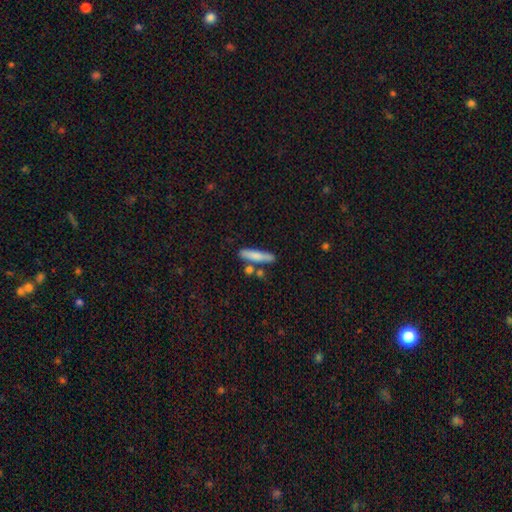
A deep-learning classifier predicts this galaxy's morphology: Smooth or featured: smooth — 77% (featured or disk — 17%)
How rounded: cigar-shaped — 83% (in between — 14%)
Merging: none — 71% (minor disturbance — 14%)